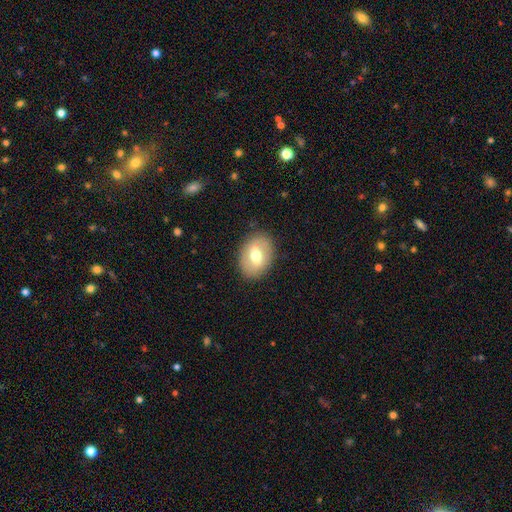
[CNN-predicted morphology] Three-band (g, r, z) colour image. It shows a smooth galaxy with no disk features (59%) that is in between round and cigar-shaped (71%). Merging: none (85%).